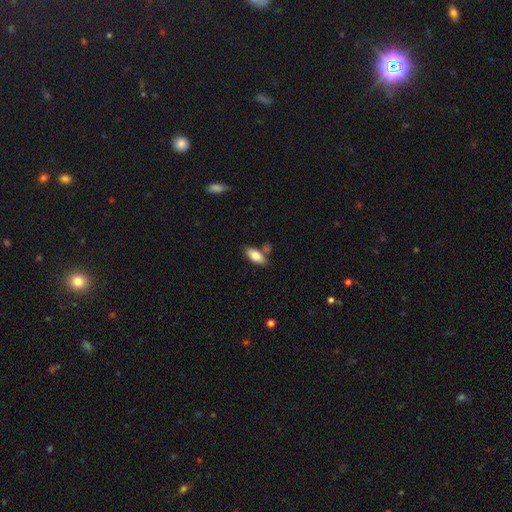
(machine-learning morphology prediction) Q: Smooth or featured?
A: smooth (79%); runner-up: featured or disk (14%)
Q: How rounded?
A: in between (88%); runner-up: cigar-shaped (10%)
Q: Merging?
A: none (72%); runner-up: minor disturbance (14%)